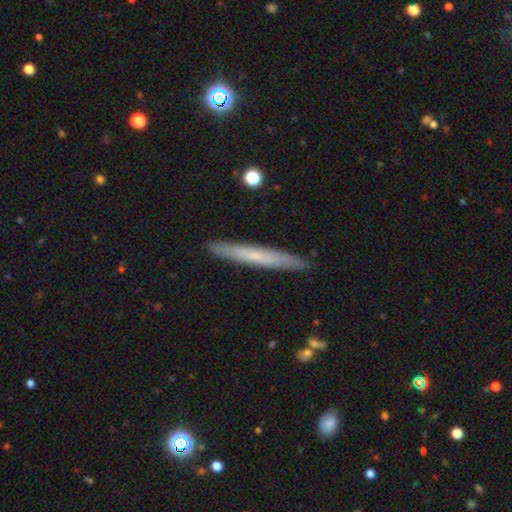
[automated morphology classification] Smooth or featured? smooth (52%)
How rounded? cigar-shaped (96%)
Merging? none (91%)